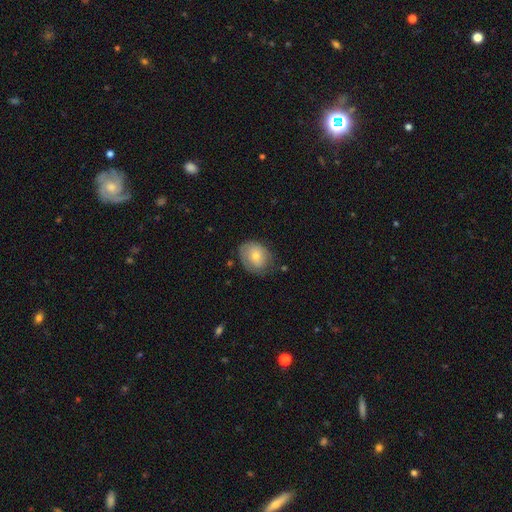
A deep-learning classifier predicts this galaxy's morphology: Smooth or featured? Predicted: smooth (p=0.61). How rounded? Predicted: in between (p=0.52). Merging? Predicted: none (p=0.67).